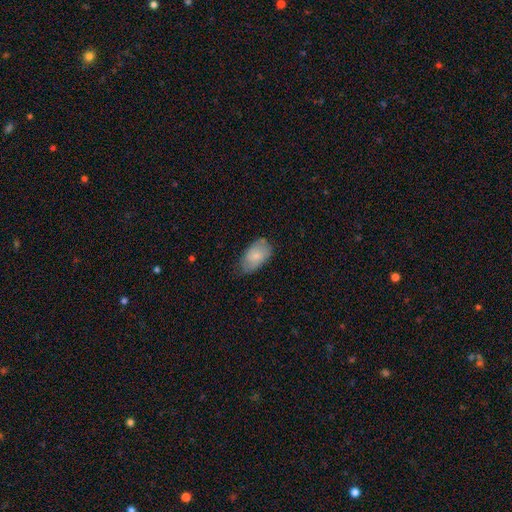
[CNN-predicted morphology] Smooth or featured: smooth — 77% (featured or disk — 17%)
How rounded: in between — 93% (round — 5%)
Merging: none — 56% (minor disturbance — 35%)